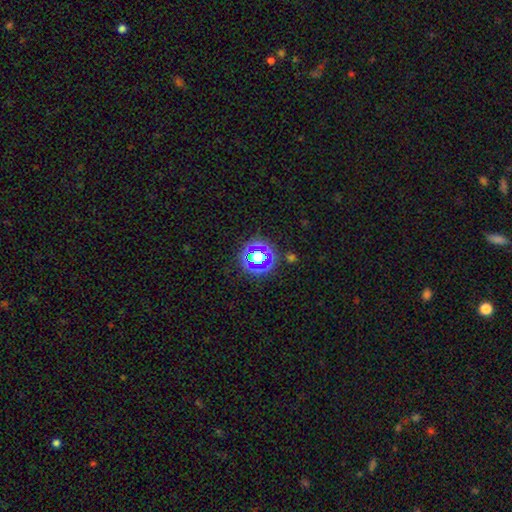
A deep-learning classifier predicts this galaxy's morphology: Smooth or featured? Predicted: star or artifact (p=0.56).